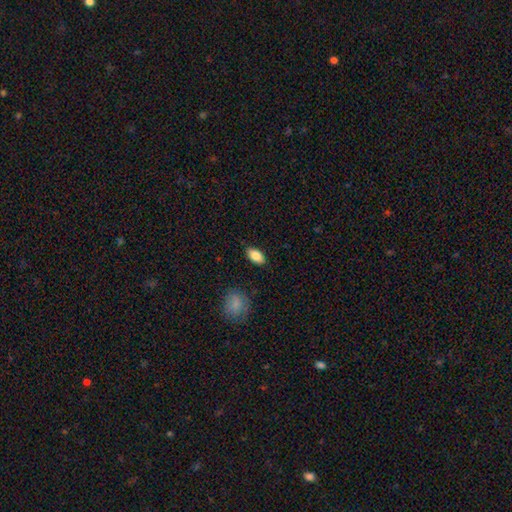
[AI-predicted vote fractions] Morphology: type=smooth (83%); roundness=in between (91%); merging=none (87%).